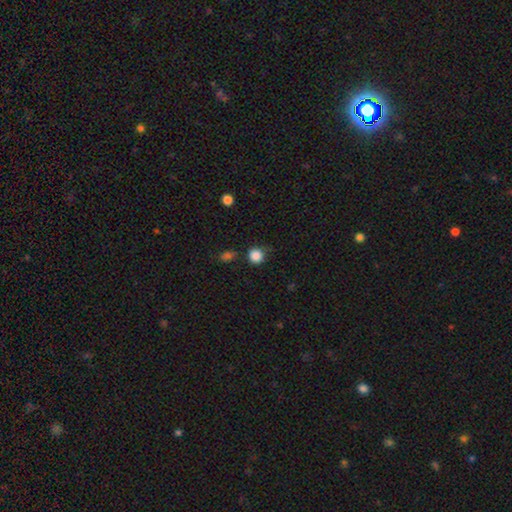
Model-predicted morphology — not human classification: This is clearly a smooth galaxy (85%). How rounded: clearly round (92%). Merging: likely none (77%).